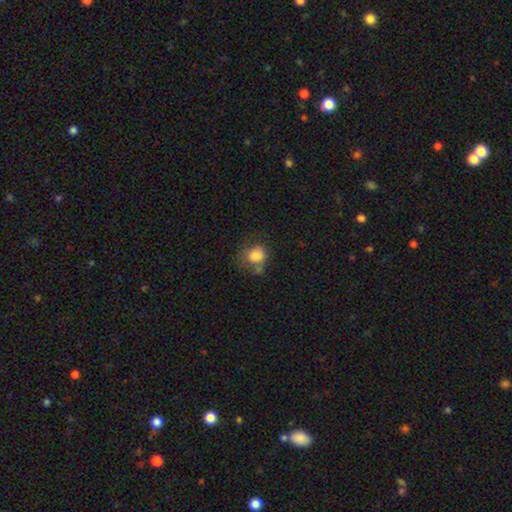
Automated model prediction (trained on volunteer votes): Morphology: type=smooth (79%); roundness=round (65%); merging=none (42%).